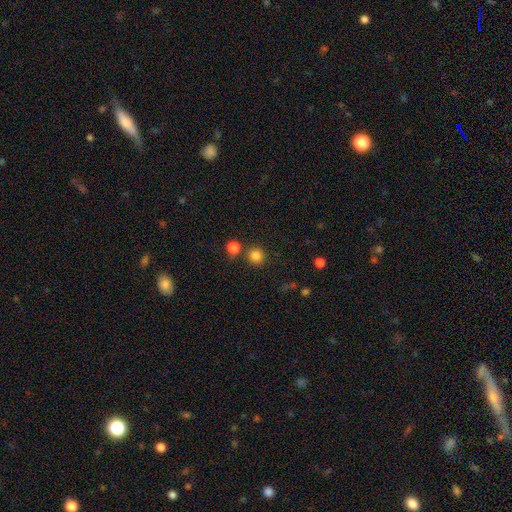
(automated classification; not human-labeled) Smooth or featured: smooth — 82% (star or artifact — 13%)
How rounded: round — 92% (in between — 7%)
Merging: none — 79% (merger — 11%)